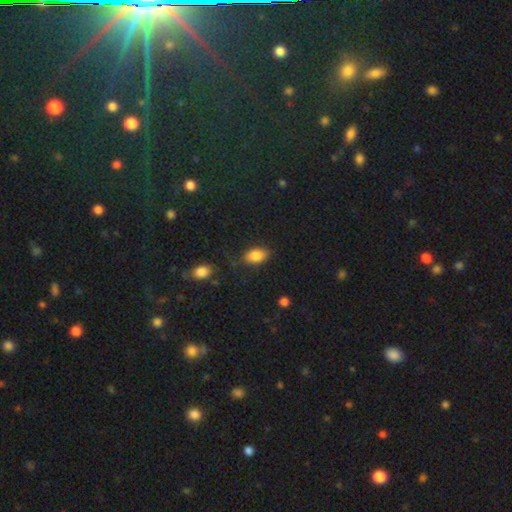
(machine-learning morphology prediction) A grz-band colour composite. It shows a smooth galaxy with no disk features (85%) that is in between round and cigar-shaped (90%). Merging: none (78%).